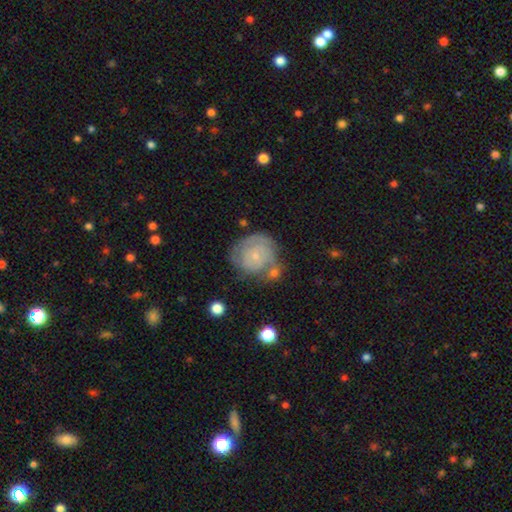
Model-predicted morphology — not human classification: A featured or disk galaxy (60%) with no bar (79%), spiral arms (80%) and a small central bulge (78%).

Vote fractions:
- Smooth or featured? featured or disk: 60% / smooth: 33% / star or artifact: 7%
- Edge-on disk? no: 98% / yes: 2%
- Bar? no: 79% / weak: 18% / strong: 3%
- Spiral arms? yes: 80% / no: 20%
- Bulge size? small: 78% / moderate: 16% / none: 4% / large: 1% / dominant: 1%
- Merging? none: 49% / minor disturbance: 23% / merger: 16% / major disturbance: 11%